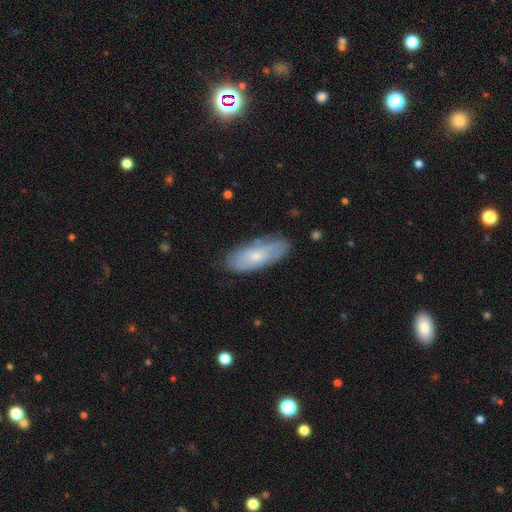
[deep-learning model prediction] Overall: smooth (61%; featured or disk 32%). How rounded: in between (74%). Merging: none (78%).